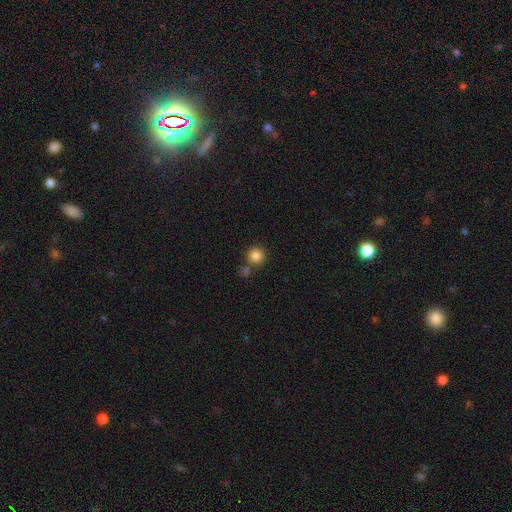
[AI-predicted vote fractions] smooth 84%, star or artifact 11%, featured or disk 4%. Down the decision tree: how rounded — round (95%); merging — none (73%).